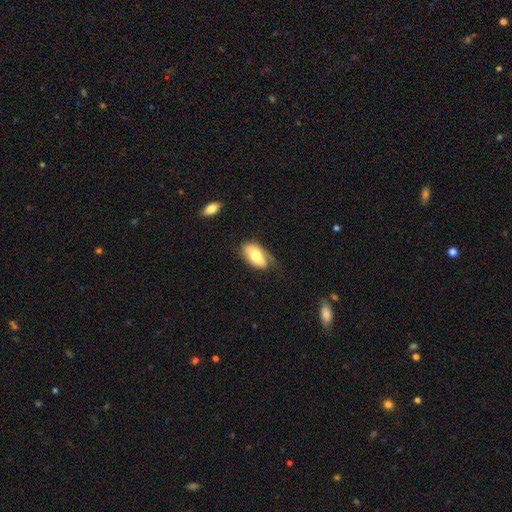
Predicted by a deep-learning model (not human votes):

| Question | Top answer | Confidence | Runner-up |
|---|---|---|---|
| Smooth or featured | smooth | 67% | featured or disk (27%) |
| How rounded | in between | 93% | round (4%) |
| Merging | none | 47% | minor disturbance (32%) |